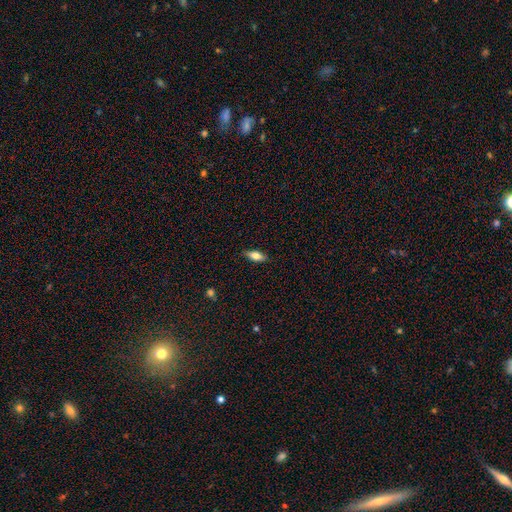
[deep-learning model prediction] Overall: smooth (71%). How rounded: in between (74%). Merging: none (87%).